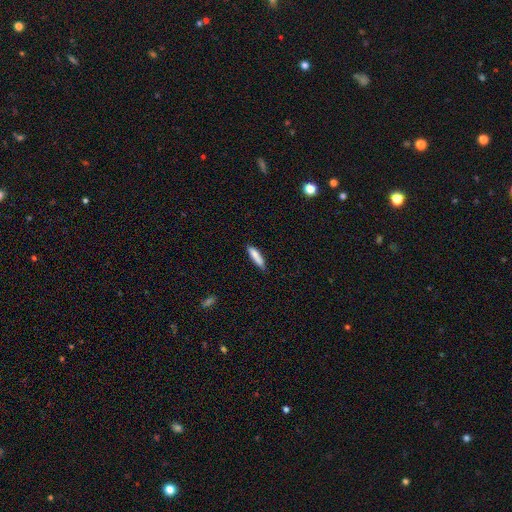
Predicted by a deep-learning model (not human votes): Smooth or featured?
  - smooth: 82% *
  - featured or disk: 12%
  - star or artifact: 6%
How rounded?
  - cigar-shaped: 79% *
  - in between: 20%
  - round: 1%
Merging?
  - none: 78% *
  - minor disturbance: 17%
  - major disturbance: 3%
  - merger: 2%